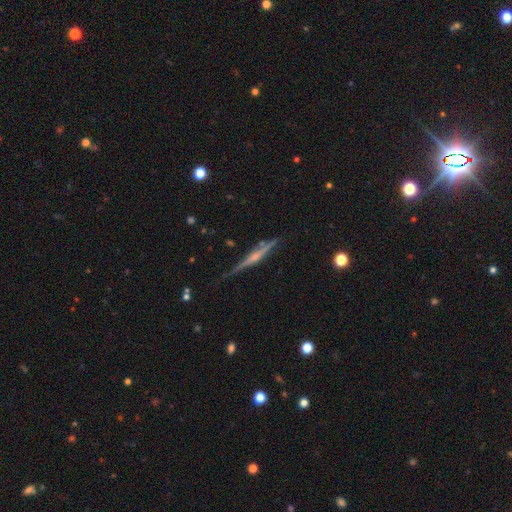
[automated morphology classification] type=featured or disk (75%); edge-on=yes (98%); edge-on bulge=rounded (63%); merging=none (83%).